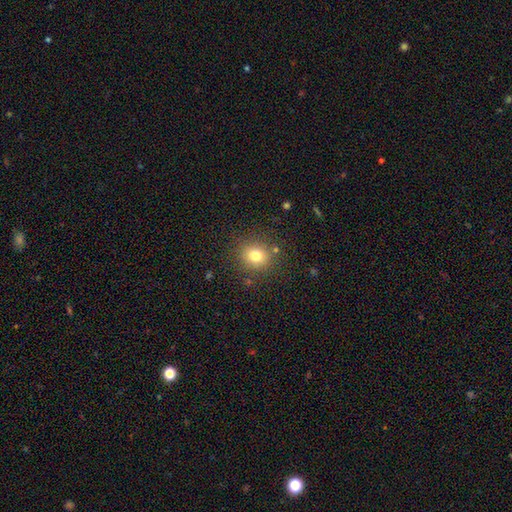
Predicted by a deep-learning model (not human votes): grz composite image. It shows a smooth galaxy with no disk features (76%) that is round (82%). Merging: none (85%).